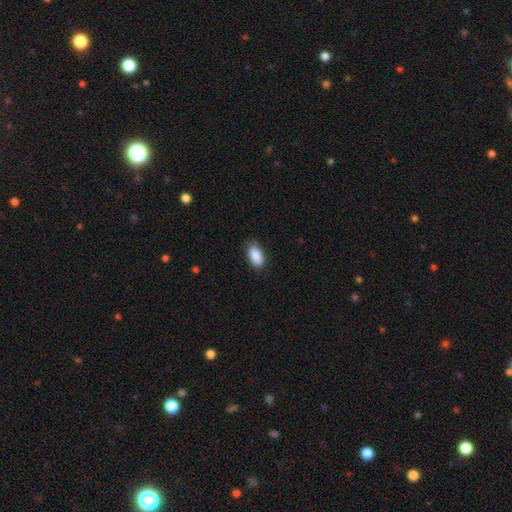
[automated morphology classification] smooth-or-featured: smooth: 90% | star or artifact: 6% | featured or disk: 4%
  how-rounded: in between: 93% | cigar-shaped: 4% | round: 3%
  merging: none: 81% | minor disturbance: 15% | major disturbance: 3% | merger: 1%